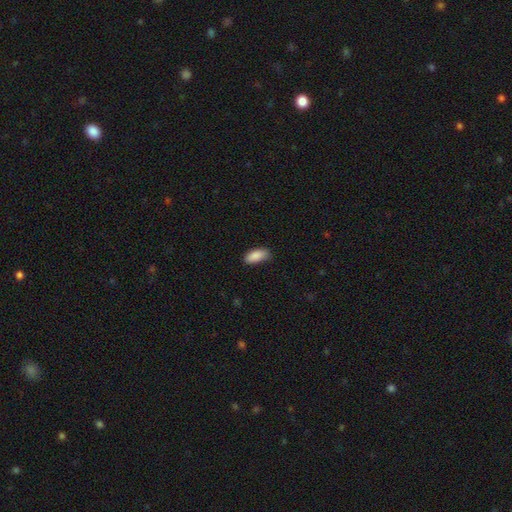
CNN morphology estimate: A smooth galaxy with no disk features (89%) that is in between round and cigar-shaped (87%).

Vote fractions:
- Smooth or featured? smooth: 89% / star or artifact: 7% / featured or disk: 4%
- How rounded? in between: 87% / cigar-shaped: 11% / round: 2%
- Merging? none: 77% / minor disturbance: 19% / major disturbance: 3% / merger: 1%